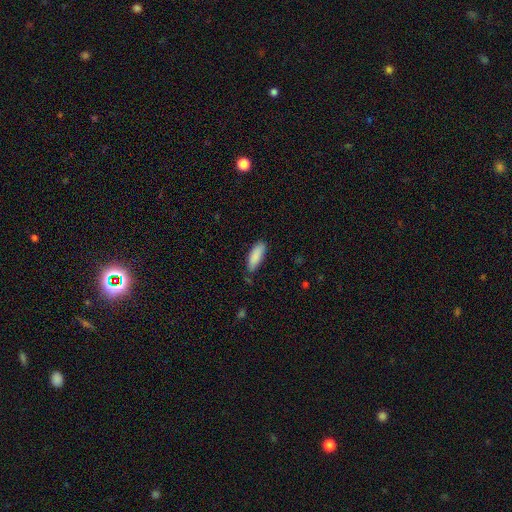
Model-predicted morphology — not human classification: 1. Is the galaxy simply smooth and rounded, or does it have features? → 88% smooth, 6% star or artifact, 6% featured or disk.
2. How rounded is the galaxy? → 65% in between, 34% cigar-shaped, 2% round.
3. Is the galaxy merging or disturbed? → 72% none, 21% minor disturbance, 4% major disturbance, 3% merger.